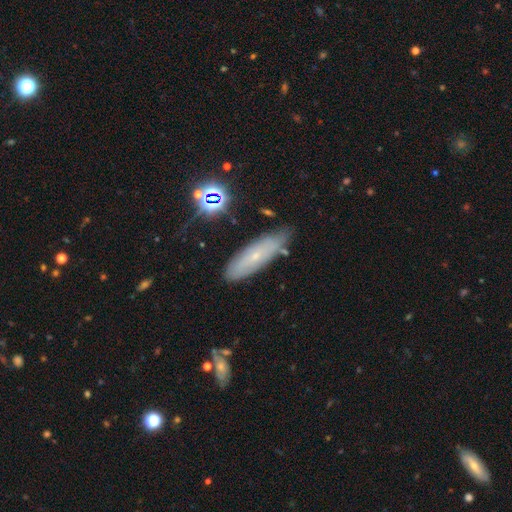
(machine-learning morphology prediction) smooth-or-featured: smooth: 48% | featured or disk: 40% | star or artifact: 12%
  merging: none: 77% | minor disturbance: 17% | major disturbance: 3% | merger: 2%